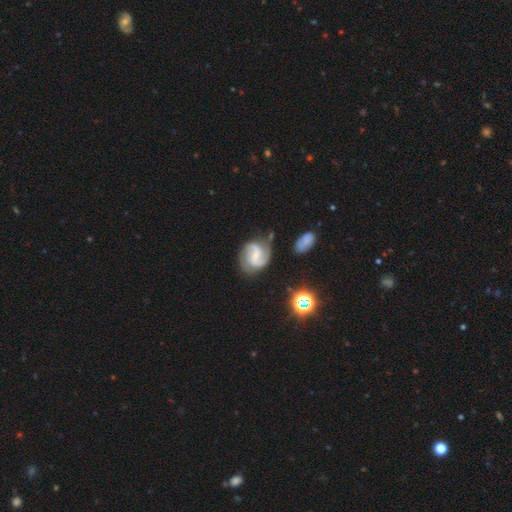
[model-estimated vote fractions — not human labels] The model was most divided on "spiral winding": medium: 46%, loose: 37%, tight: 17%. Remaining: edge-on disk — no (98%); spiral arms — yes (95%); spiral arm count — 2 (87%); smooth or featured — featured or disk (81%); merging — none (66%); bulge size — small (61%); bar — weak (50%).